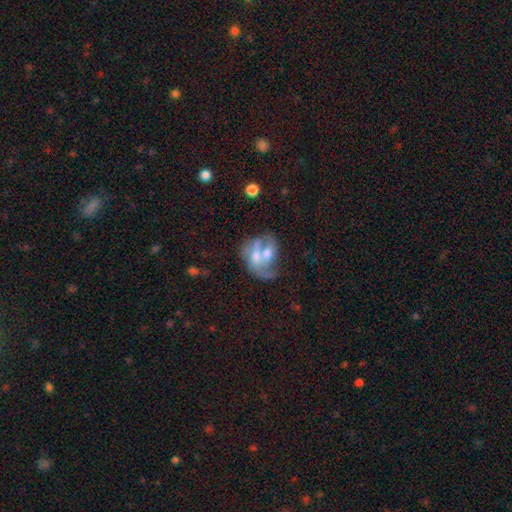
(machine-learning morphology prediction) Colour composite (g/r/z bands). It shows a featured or disk galaxy (50%). Merging: merger (64%).